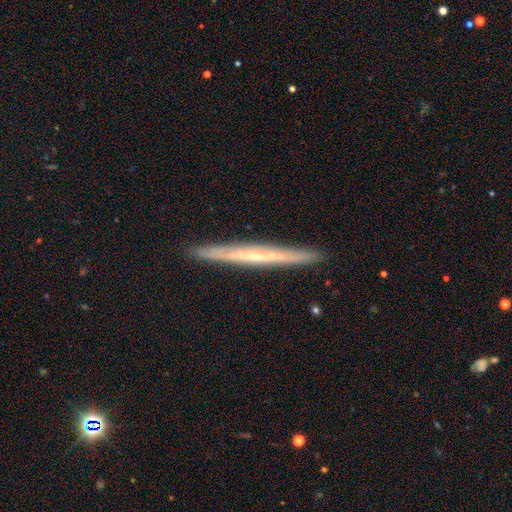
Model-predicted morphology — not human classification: Smooth or featured? featured or disk (61%)
Edge-on disk? yes (96%)
Edge-on bulge? none (73%)
Merging? none (91%)